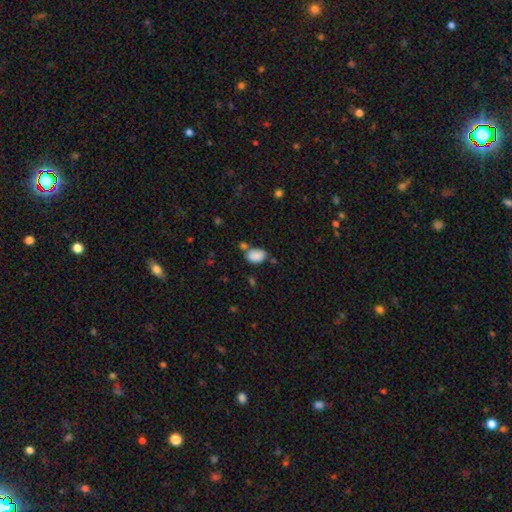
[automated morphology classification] A smooth galaxy with no disk features (87%) that is in between round and cigar-shaped (83%).

Vote fractions:
- Smooth or featured? smooth: 87% / star or artifact: 8% / featured or disk: 5%
- How rounded? in between: 83% / round: 15% / cigar-shaped: 1%
- Merging? none: 57% / minor disturbance: 20% / merger: 17% / major disturbance: 6%